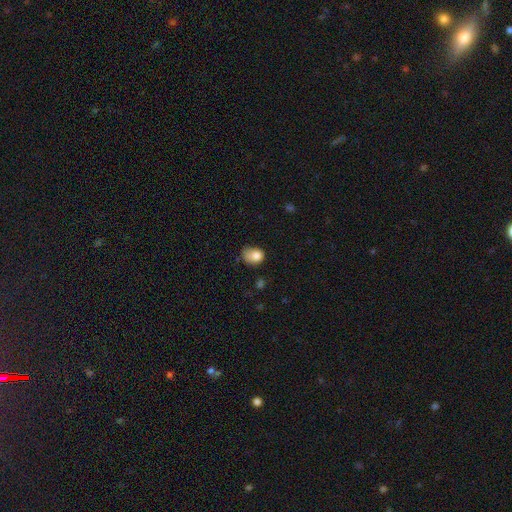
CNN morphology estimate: Smooth or featured? Predicted: smooth (p=0.81). How rounded? Predicted: in between (p=0.54). Merging? Predicted: minor disturbance (p=0.41).